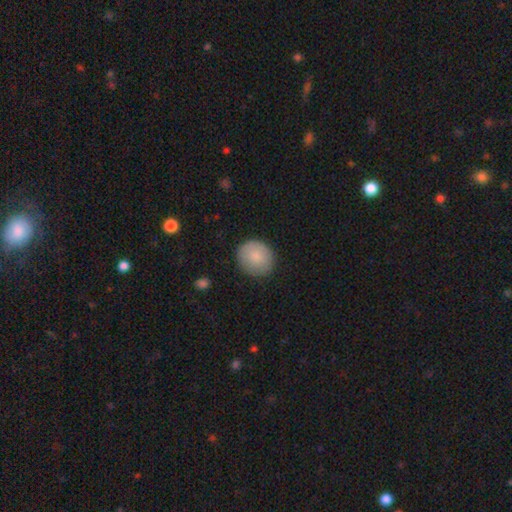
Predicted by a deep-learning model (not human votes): Smooth or featured? Predicted: smooth (p=0.85). How rounded? Predicted: round (p=0.81). Merging? Predicted: none (p=0.84).